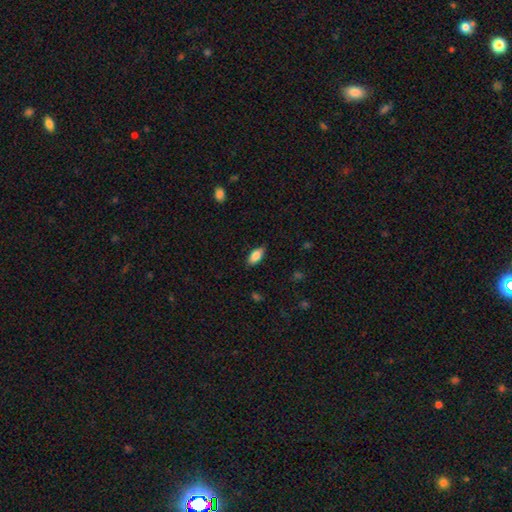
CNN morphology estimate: smooth-or-featured: smooth: 86% | featured or disk: 7% | star or artifact: 7%
  how-rounded: in between: 88% | cigar-shaped: 10% | round: 2%
  merging: none: 83% | minor disturbance: 13% | major disturbance: 2% | merger: 1%